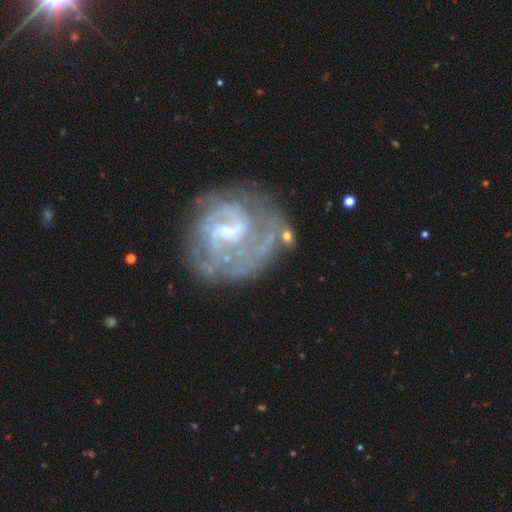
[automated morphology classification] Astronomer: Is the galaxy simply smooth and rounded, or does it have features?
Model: featured or disk — 77%.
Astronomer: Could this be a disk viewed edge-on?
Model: no — 97%.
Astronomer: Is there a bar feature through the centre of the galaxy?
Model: weak — 49% (runner-up: strong, 26%).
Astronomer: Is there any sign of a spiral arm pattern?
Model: yes — 83%.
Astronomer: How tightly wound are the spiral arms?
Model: tight — 62%.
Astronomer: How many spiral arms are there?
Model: can't tell — 41% (runner-up: 2, 30%).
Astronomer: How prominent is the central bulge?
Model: small — 40% (runner-up: moderate, 36%).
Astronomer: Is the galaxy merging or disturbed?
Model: none — 65%.